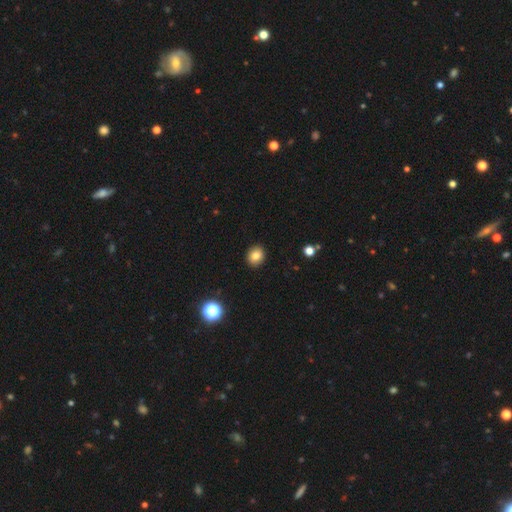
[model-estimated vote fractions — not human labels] Smooth or featured? smooth (83%)
How rounded? round (62%)
Merging? none (91%)